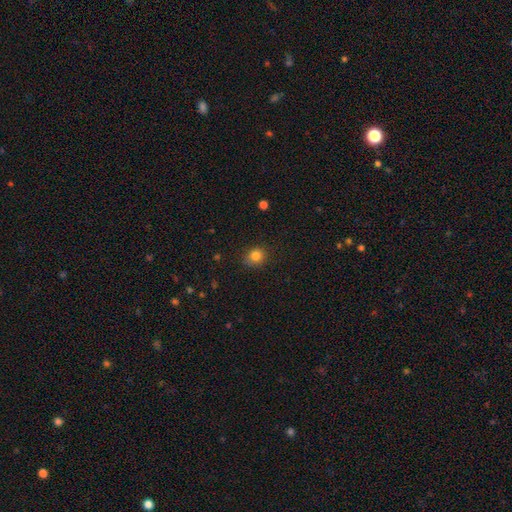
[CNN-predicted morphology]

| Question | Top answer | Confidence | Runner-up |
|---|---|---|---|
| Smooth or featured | smooth | 83% | star or artifact (11%) |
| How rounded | round | 76% | in between (23%) |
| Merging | none | 82% | minor disturbance (14%) |